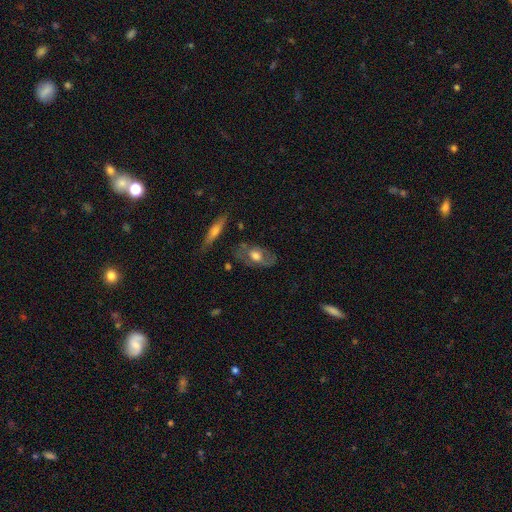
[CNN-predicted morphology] A featured or disk galaxy (52%).

Vote fractions:
- Smooth or featured? featured or disk: 52% / smooth: 41% / star or artifact: 7%
- Edge-on disk? no: 78% / yes: 22%
- Merging? none: 66% / minor disturbance: 20% / major disturbance: 9% / merger: 4%